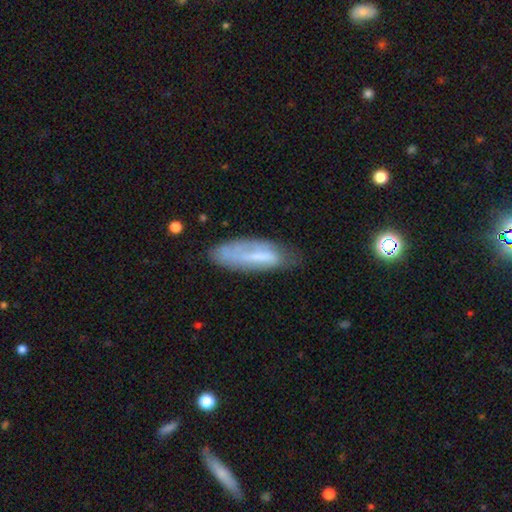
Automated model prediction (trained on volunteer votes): A smooth galaxy with no disk features (50%). Merging: none (59%).